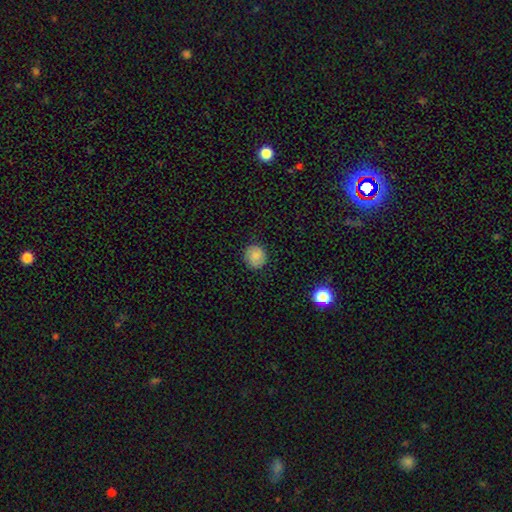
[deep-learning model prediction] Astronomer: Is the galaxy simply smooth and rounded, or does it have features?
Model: smooth — 82%.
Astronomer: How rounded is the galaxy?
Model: round — 86%.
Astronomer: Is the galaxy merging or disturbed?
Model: none — 88%.